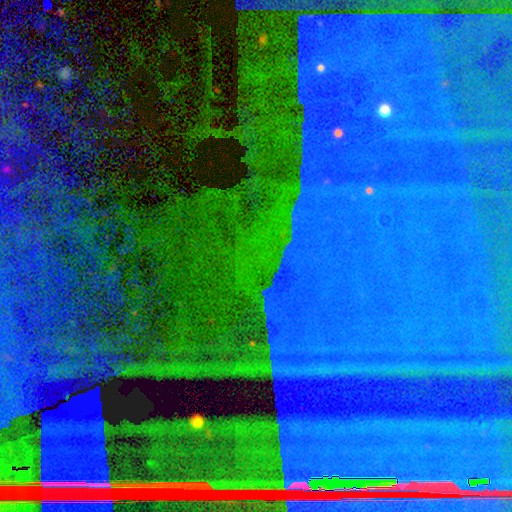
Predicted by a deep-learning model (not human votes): Morphology: type=star or artifact (85%).